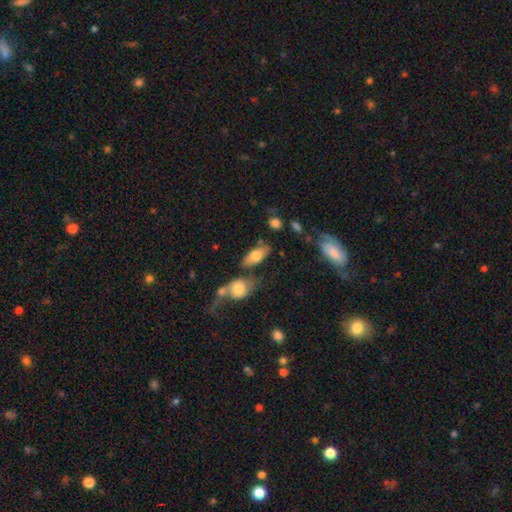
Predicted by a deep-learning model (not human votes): Smooth or featured? smooth (71%)
How rounded? in between (87%)
Merging? none (58%)